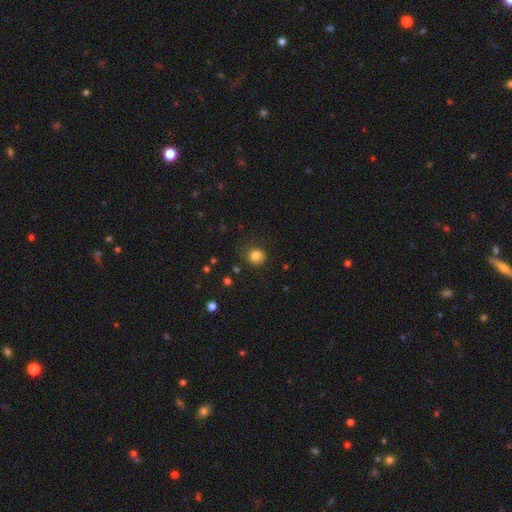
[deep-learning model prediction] smooth 83%, star or artifact 12%, featured or disk 6%. Down the decision tree: how rounded — round (87%); merging — none (80%).